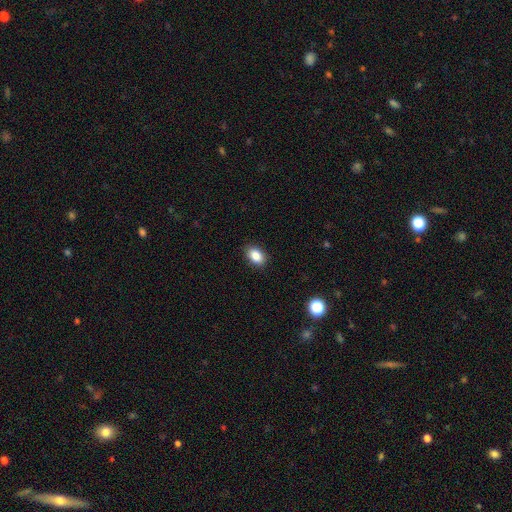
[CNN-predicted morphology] Smooth or featured: smooth — 86% (star or artifact — 8%)
How rounded: in between — 85% (round — 13%)
Merging: none — 89% (minor disturbance — 8%)